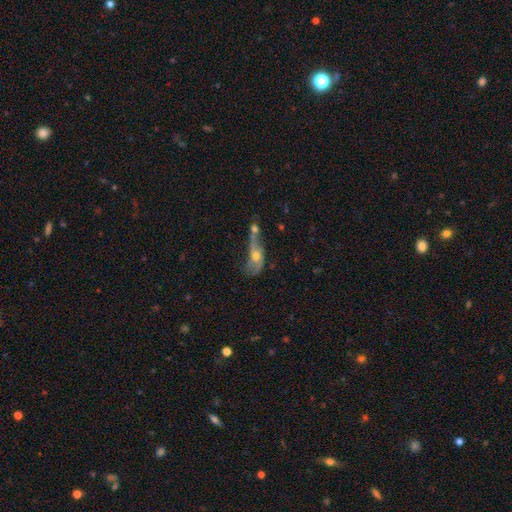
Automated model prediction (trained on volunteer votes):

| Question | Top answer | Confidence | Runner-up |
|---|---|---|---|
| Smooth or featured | featured or disk | 59% | smooth (29%) |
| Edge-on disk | no | 79% | yes (21%) |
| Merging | merger | 35% | major disturbance (27%) |